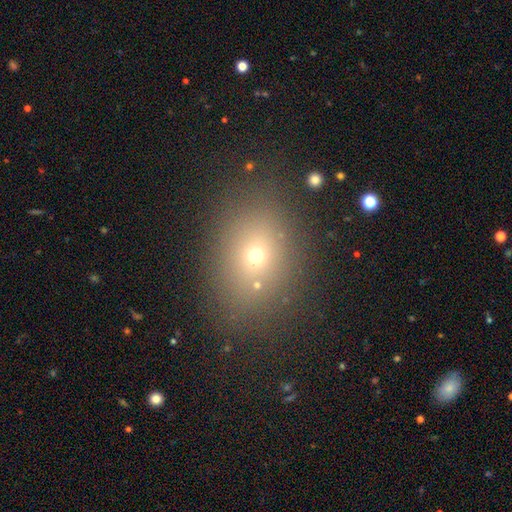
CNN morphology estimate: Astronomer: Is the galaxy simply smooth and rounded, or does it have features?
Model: smooth — 62%.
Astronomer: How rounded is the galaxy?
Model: in between — 59% (runner-up: round, 39%).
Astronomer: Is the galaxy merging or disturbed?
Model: none — 82%.